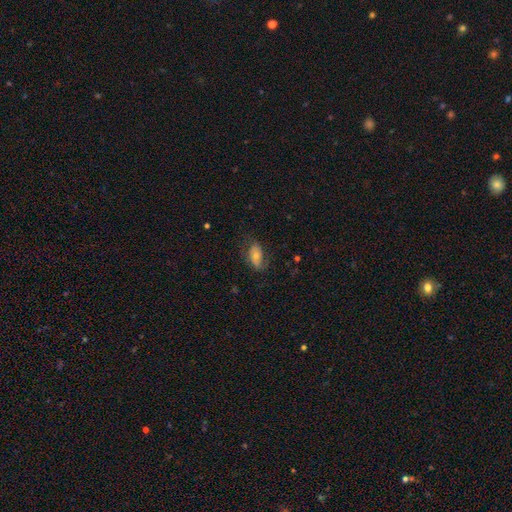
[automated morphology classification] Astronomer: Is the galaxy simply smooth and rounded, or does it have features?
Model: featured or disk — 47% (runner-up: smooth, 42%).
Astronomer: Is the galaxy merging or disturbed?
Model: none — 64%.